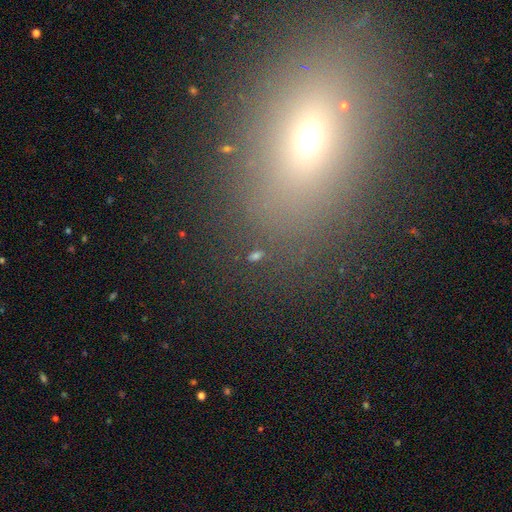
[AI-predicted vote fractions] The model was most divided on "smooth or featured": smooth: 47%, star or artifact: 40%, featured or disk: 12%. More confident: merging — none (78%).